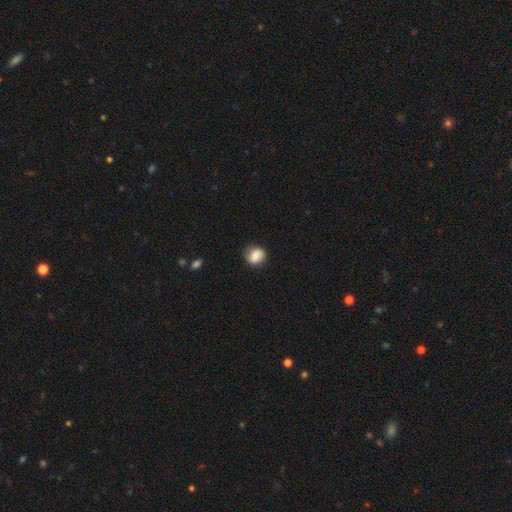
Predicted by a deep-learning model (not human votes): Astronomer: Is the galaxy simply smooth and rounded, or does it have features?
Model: smooth — 69%.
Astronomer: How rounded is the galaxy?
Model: round — 72%.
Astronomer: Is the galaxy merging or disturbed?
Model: none — 74%.